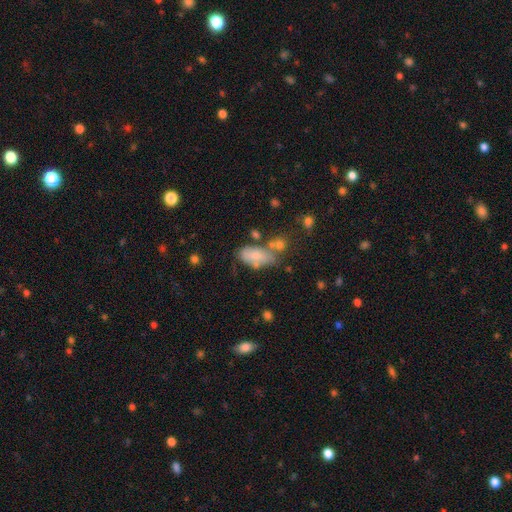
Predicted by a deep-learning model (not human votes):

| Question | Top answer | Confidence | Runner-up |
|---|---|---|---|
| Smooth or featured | smooth | 69% | featured or disk (22%) |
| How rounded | in between | 89% | cigar-shaped (6%) |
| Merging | none | 43% | minor disturbance (25%) |